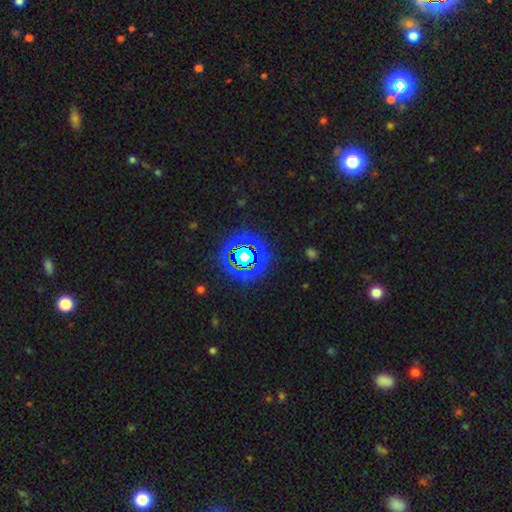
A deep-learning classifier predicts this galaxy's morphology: star or artifact 74%, smooth 17%, featured or disk 9%.